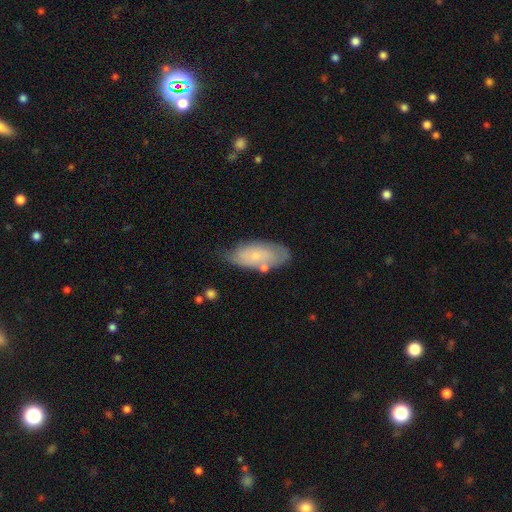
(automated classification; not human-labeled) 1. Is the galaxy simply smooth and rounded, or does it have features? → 59% smooth, 35% featured or disk, 7% star or artifact.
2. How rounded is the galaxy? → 87% in between, 10% cigar-shaped, 3% round.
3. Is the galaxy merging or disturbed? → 56% none, 29% minor disturbance, 8% merger, 7% major disturbance.